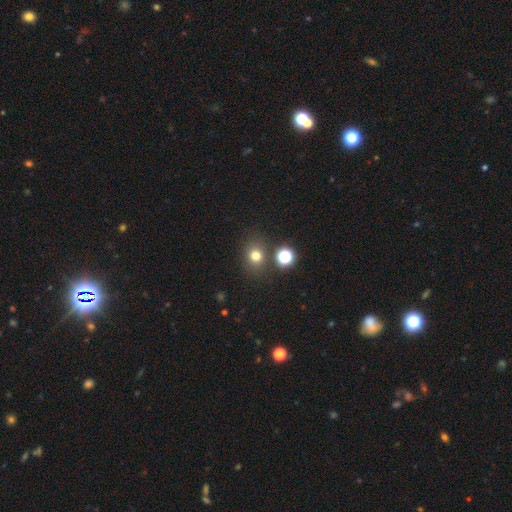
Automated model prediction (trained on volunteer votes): The model was most divided on "how rounded": round: 71%, in between: 28%, cigar-shaped: 1%. More confident: merging — none (78%); smooth or featured — smooth (74%).